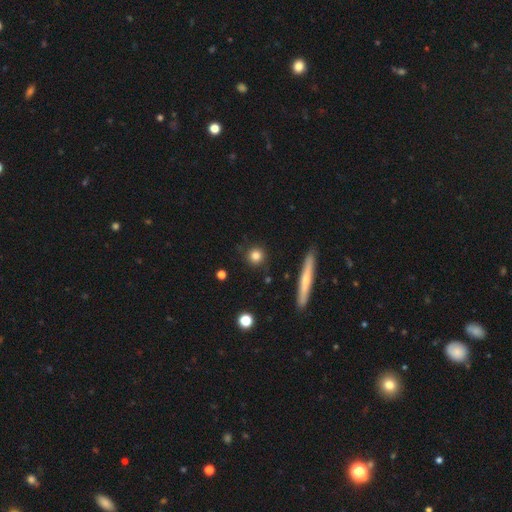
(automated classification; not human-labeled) A smooth galaxy with no disk features (81%) that is round (90%). Merging: none (87%).